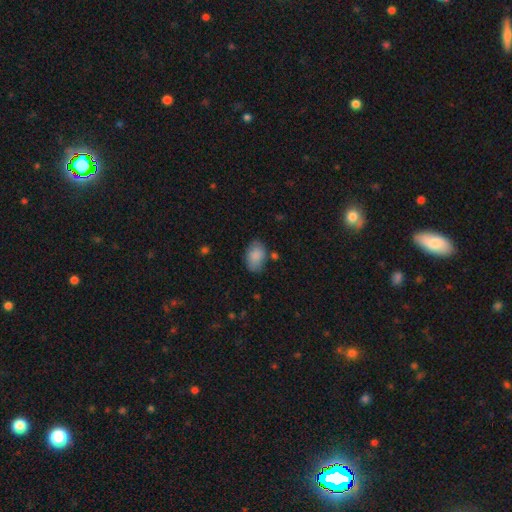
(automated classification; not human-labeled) Morphology: type=smooth (85%); roundness=in between (87%); merging=none (69%).